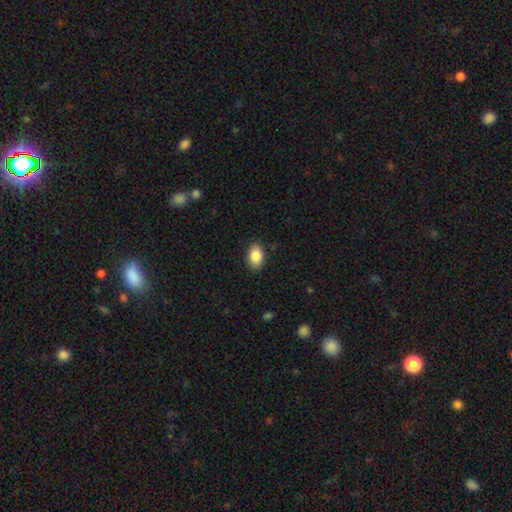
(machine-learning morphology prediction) The model was most divided on "how rounded": in between: 86%, round: 13%, cigar-shaped: 1%. More confident: merging — none (87%); smooth or featured — smooth (87%).